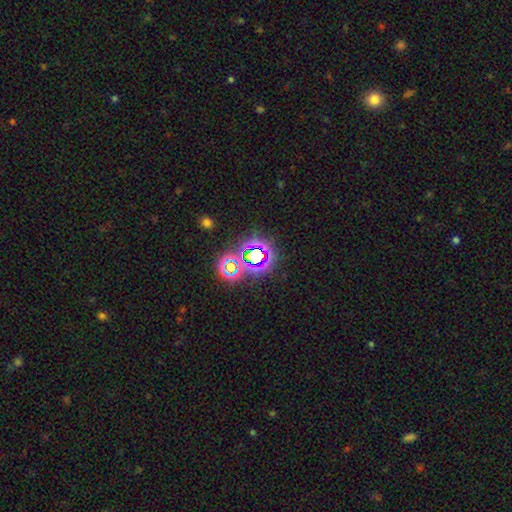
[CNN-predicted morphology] Smooth or featured: star or artifact — 69% (smooth — 21%)